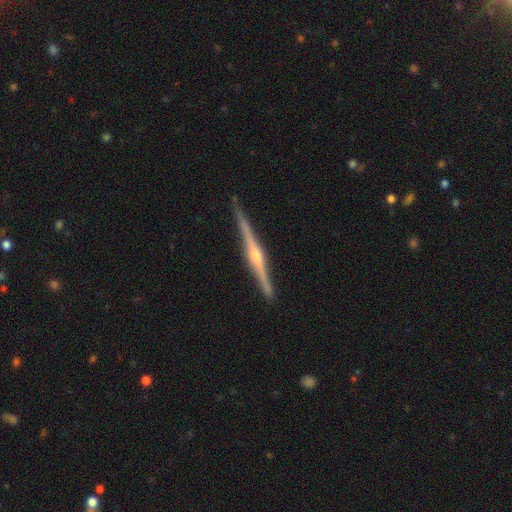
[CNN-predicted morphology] This is clearly a featured or disk galaxy (87%). It is clearly viewed edge-on (99%). Edge-on bulge: clearly rounded (83%). Merging: clearly none (90%).